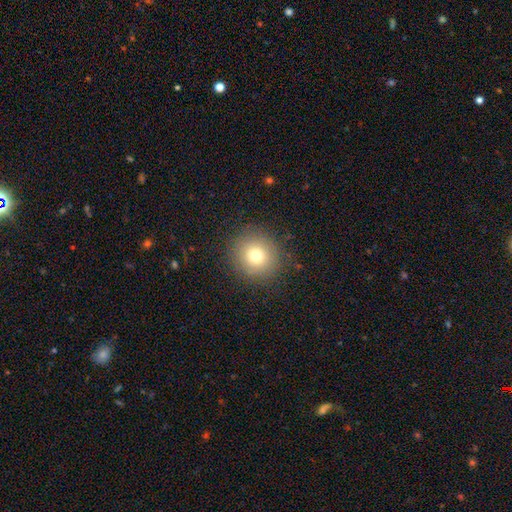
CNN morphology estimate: smooth_or_featured: smooth (p=0.76) [alt: star or artifact p=0.13]
how_rounded: round (p=0.92) [alt: in between p=0.07]
merging: none (p=0.88) [alt: minor disturbance p=0.08]